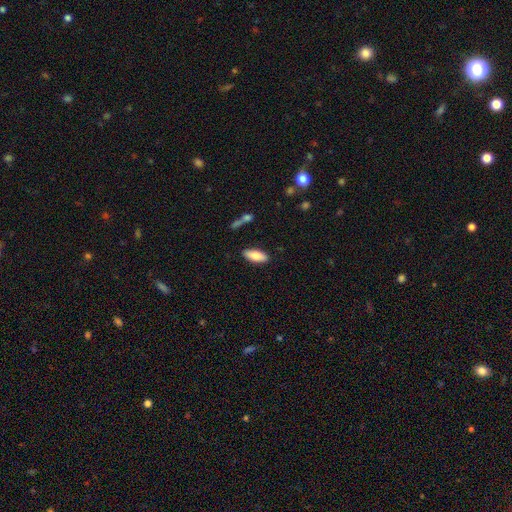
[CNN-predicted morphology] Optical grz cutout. It shows a smooth galaxy with no disk features (82%) that is in between round and cigar-shaped (79%). Merging: none (86%).